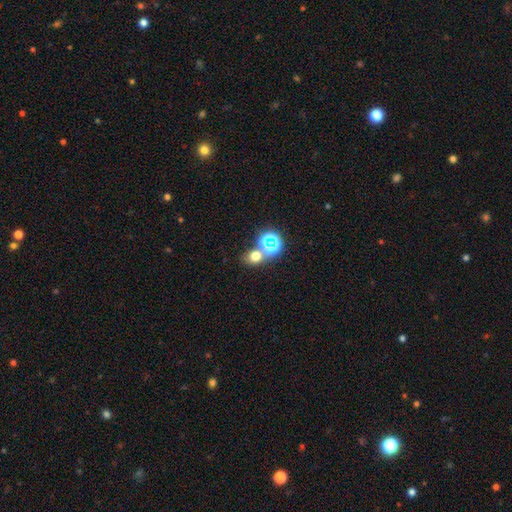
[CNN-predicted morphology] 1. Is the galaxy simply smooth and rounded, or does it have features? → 62% smooth, 29% star or artifact, 9% featured or disk.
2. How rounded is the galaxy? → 63% round, 36% in between, 1% cigar-shaped.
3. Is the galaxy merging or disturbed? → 60% none, 28% merger, 8% minor disturbance, 4% major disturbance.